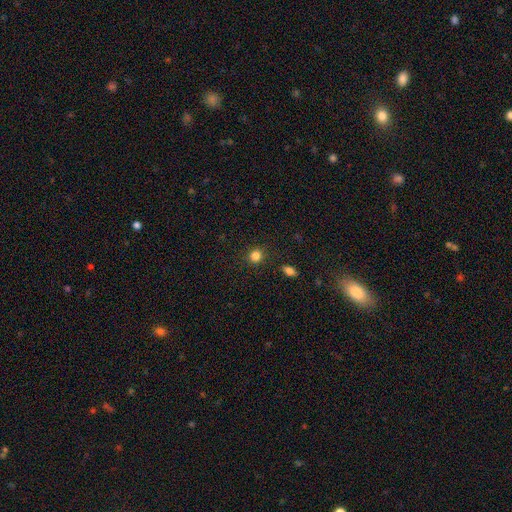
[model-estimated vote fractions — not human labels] Overall: smooth (84%). How rounded: round (85%). Merging: none (89%).